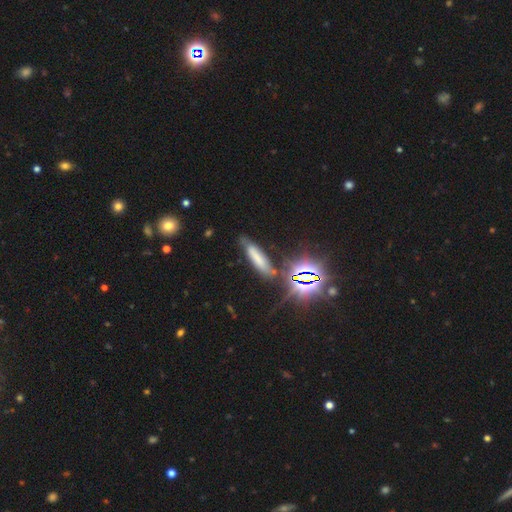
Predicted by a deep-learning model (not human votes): This is possibly a smooth galaxy (46%). Merging: likely none (69%).